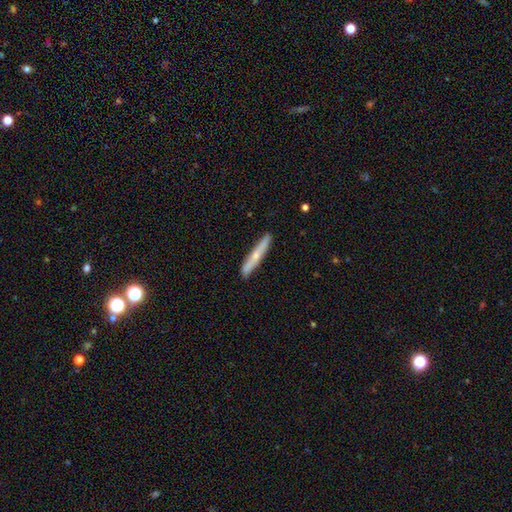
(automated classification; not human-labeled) Smooth or featured?
  - featured or disk: 49% *
  - smooth: 46%
  - star or artifact: 6%
Merging?
  - none: 88% *
  - minor disturbance: 9%
  - major disturbance: 2%
  - merger: 1%